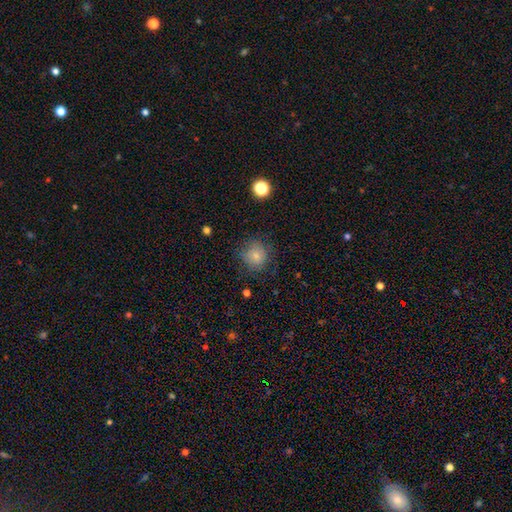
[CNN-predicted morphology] smooth_or_featured: smooth (p=0.79) [alt: star or artifact p=0.10]
how_rounded: round (p=0.85) [alt: in between p=0.14]
merging: none (p=0.71) [alt: minor disturbance p=0.19]